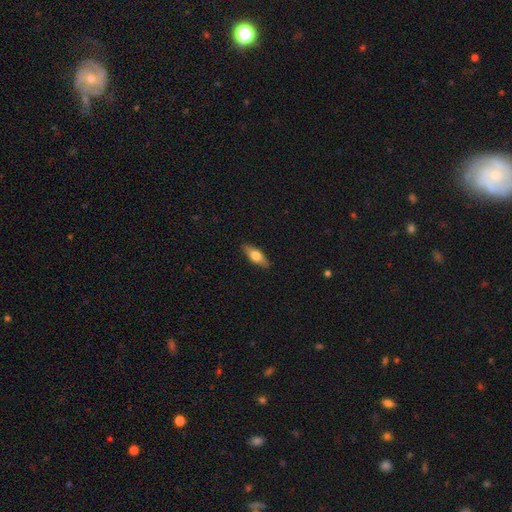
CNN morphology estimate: Smooth or featured: smooth — 57% (featured or disk — 37%)
How rounded: in between — 65% (cigar-shaped — 31%)
Merging: none — 88% (minor disturbance — 9%)